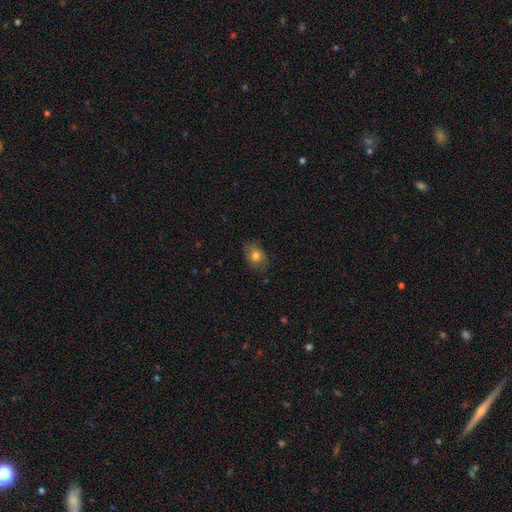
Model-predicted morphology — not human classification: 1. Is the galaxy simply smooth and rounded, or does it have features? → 78% smooth, 13% featured or disk, 9% star or artifact.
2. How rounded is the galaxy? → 70% in between, 29% round, 1% cigar-shaped.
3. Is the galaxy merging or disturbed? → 79% none, 16% minor disturbance, 3% major disturbance, 1% merger.